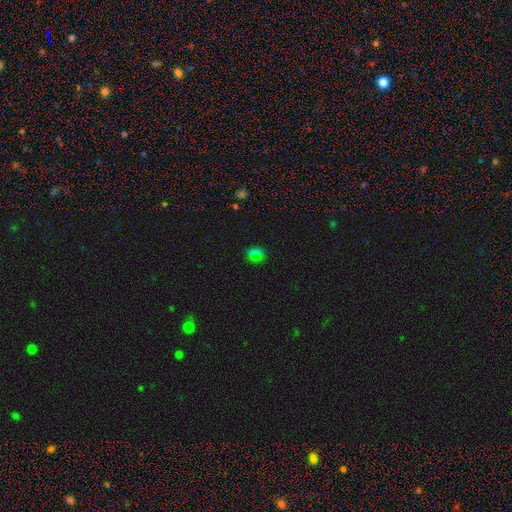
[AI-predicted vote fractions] smooth 61%, star or artifact 29%, featured or disk 10%. Down the decision tree: how rounded — in between (52%); merging — none (81%).